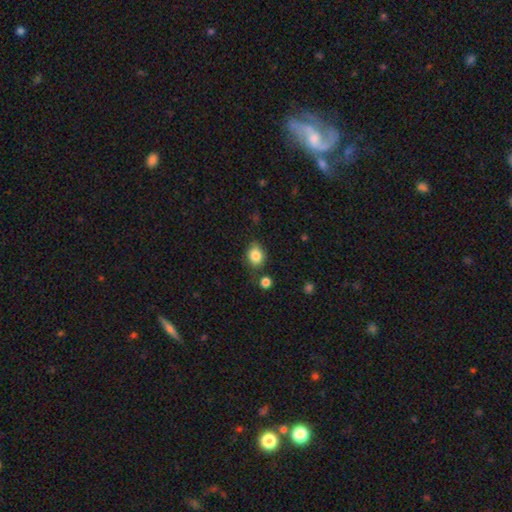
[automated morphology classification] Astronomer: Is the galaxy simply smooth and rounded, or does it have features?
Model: smooth — 84%.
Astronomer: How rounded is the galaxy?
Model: in between — 50% (runner-up: round, 49%).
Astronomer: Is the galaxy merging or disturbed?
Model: none — 69%.